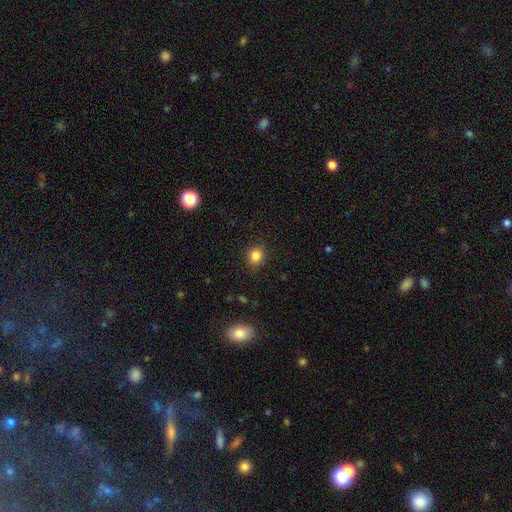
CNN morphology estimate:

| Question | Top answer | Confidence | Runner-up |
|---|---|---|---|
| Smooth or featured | smooth | 84% | star or artifact (11%) |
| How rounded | round | 77% | in between (22%) |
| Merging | none | 89% | minor disturbance (8%) |